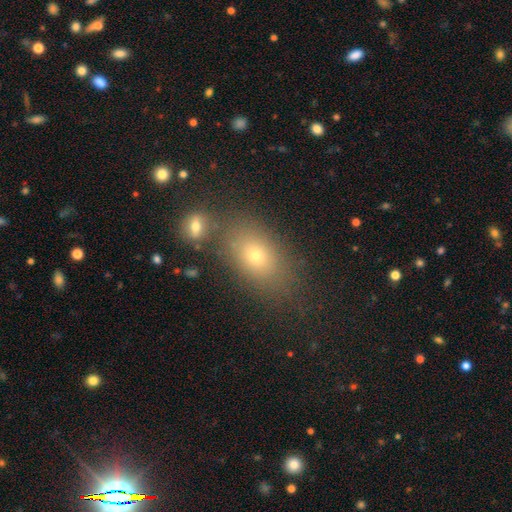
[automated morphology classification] A smooth galaxy with no disk features (72%) that is in between round and cigar-shaped (80%).

Vote fractions:
- Smooth or featured? smooth: 72% / featured or disk: 14% / star or artifact: 14%
- How rounded? in between: 80% / round: 17% / cigar-shaped: 3%
- Merging? none: 67% / merger: 15% / minor disturbance: 12% / major disturbance: 5%